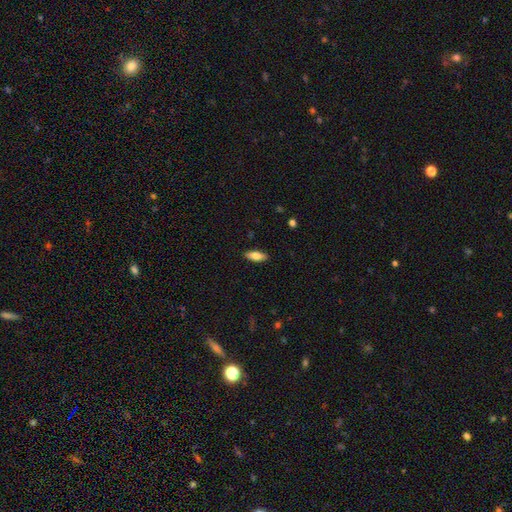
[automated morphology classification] The model was most divided on "how rounded": in between: 72%, cigar-shaped: 26%, round: 2%. More confident: merging — none (89%); smooth or featured — smooth (76%).